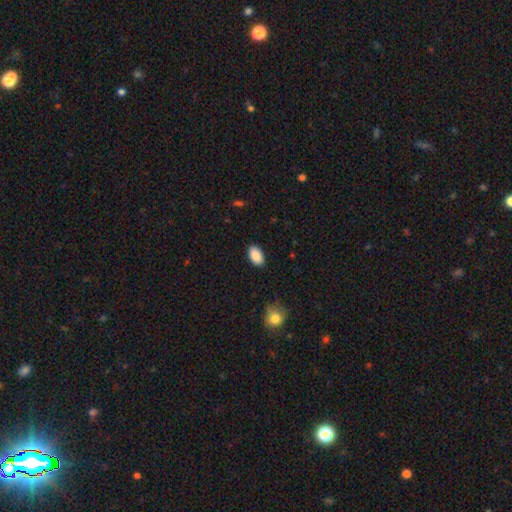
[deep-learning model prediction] Smooth or featured: smooth — 89% (star or artifact — 7%)
How rounded: in between — 93% (round — 5%)
Merging: none — 87% (minor disturbance — 10%)